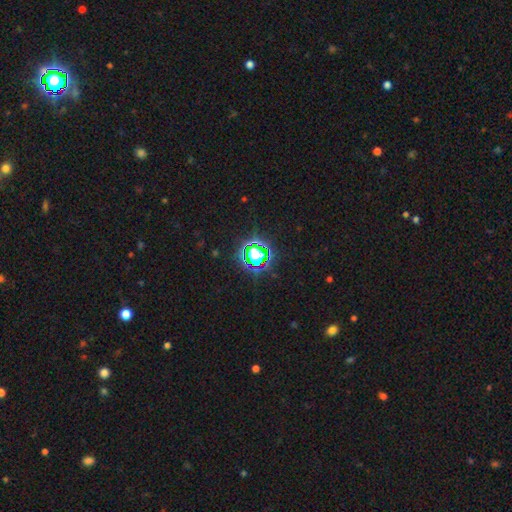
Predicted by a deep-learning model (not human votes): The model was most divided on "smooth or featured": star or artifact: 65%, smooth: 24%, featured or disk: 11%.